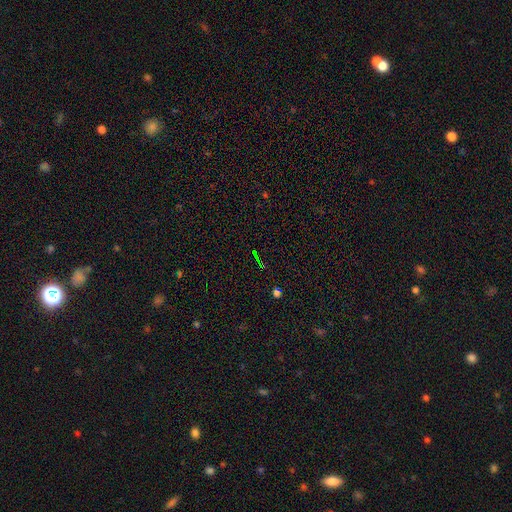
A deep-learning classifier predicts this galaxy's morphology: Smooth or featured: star or artifact — 75% (smooth — 14%)